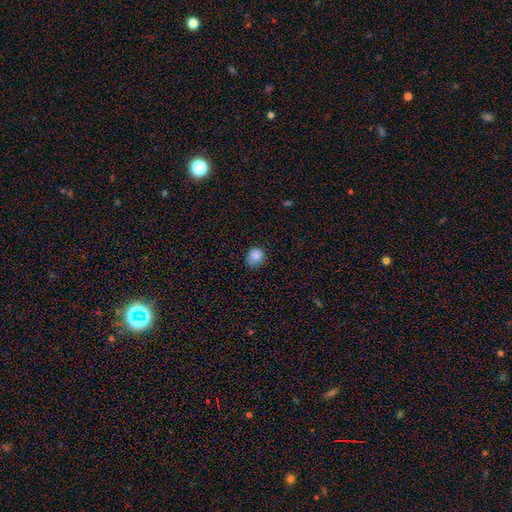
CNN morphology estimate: Smooth or featured: smooth — 85% (star or artifact — 10%)
How rounded: round — 77% (in between — 22%)
Merging: none — 71% (minor disturbance — 23%)